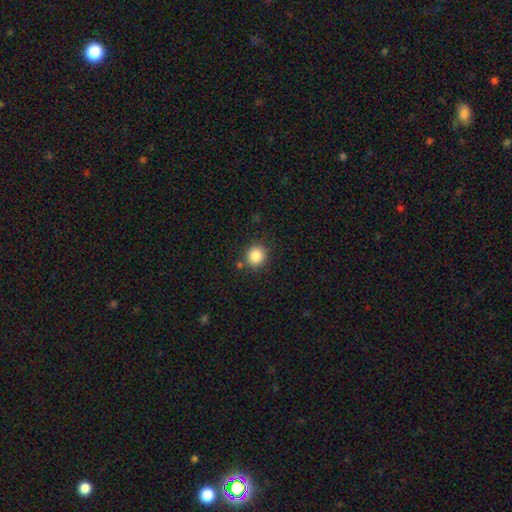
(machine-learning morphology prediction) Overall: smooth (86%). How rounded: round (83%). Merging: none (83%).